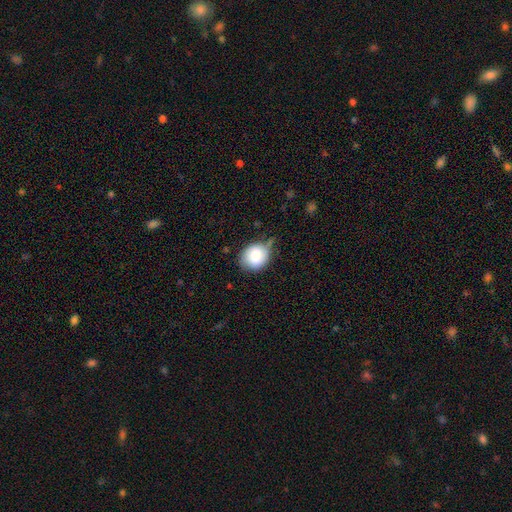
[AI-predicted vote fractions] Overall: smooth (81%). How rounded: round (68%; in between 31%). Merging: none (57%; minor disturbance 32%).